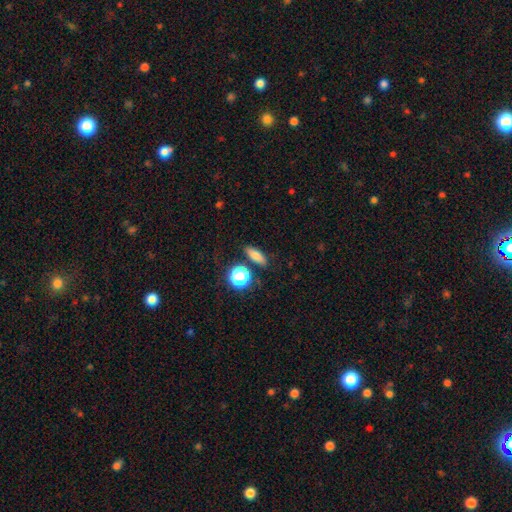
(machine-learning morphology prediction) smooth-or-featured: smooth: 76% | star or artifact: 13% | featured or disk: 11%
  how-rounded: in between: 54% | cigar-shaped: 29% | round: 17%
  merging: none: 81% | minor disturbance: 11% | merger: 5% | major disturbance: 3%